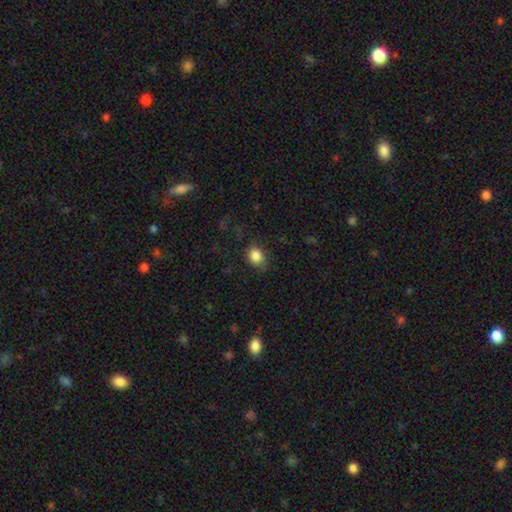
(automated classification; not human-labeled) This is clearly a smooth galaxy (85%). How rounded: likely round (61%). Merging: likely none (76%).